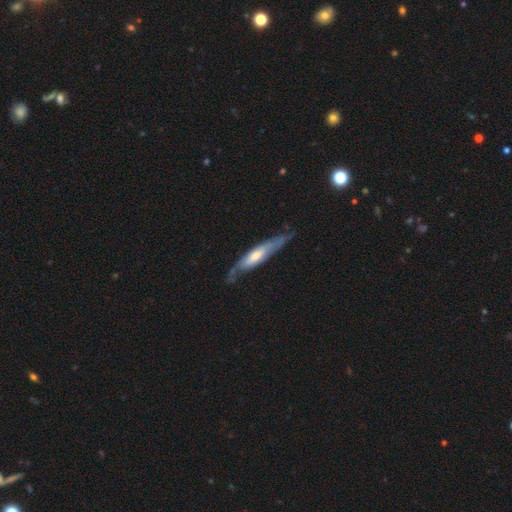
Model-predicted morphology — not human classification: type=featured or disk (60%); edge-on=yes (62%); merging=none (65%).